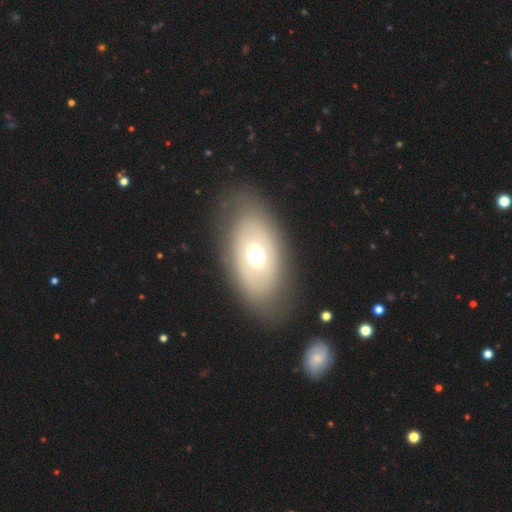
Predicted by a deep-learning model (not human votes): A smooth galaxy with no disk features (50%) that is in between round and cigar-shaped (85%). Merging: none (79%).